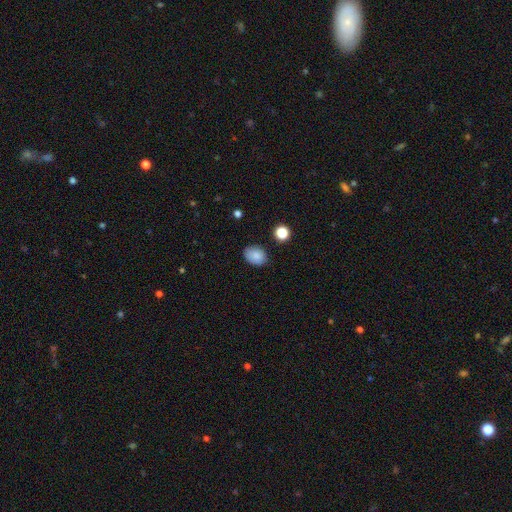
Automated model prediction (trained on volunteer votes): smooth 85%, star or artifact 9%, featured or disk 6%. Down the decision tree: how rounded — in between (65%); merging — none (81%).